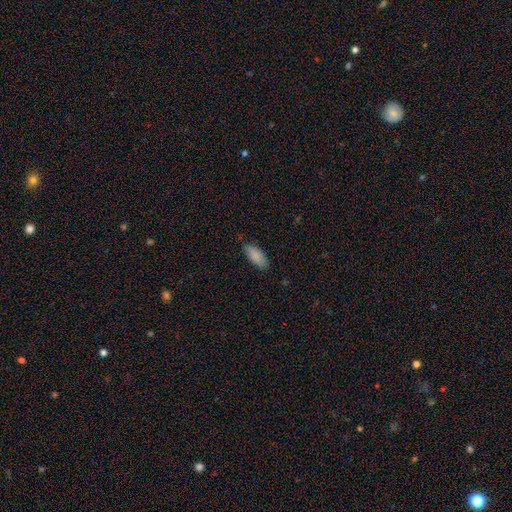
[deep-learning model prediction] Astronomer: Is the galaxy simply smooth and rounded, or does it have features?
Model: smooth — 88%.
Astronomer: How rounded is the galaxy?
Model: in between — 82%.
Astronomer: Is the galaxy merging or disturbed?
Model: none — 83%.